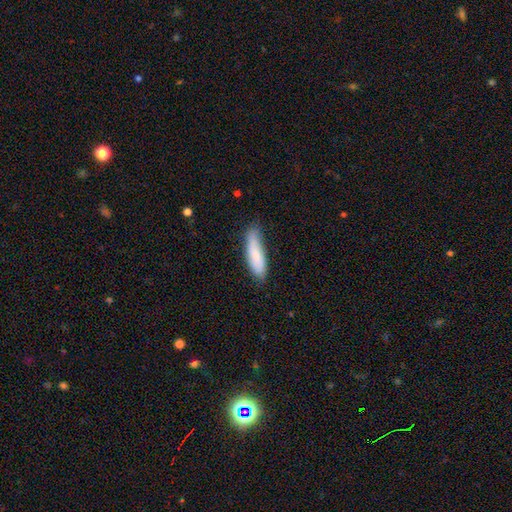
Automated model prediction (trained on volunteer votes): Smooth or featured? Predicted: smooth (p=0.74). How rounded? Predicted: cigar-shaped (p=0.54). Merging? Predicted: none (p=0.66).